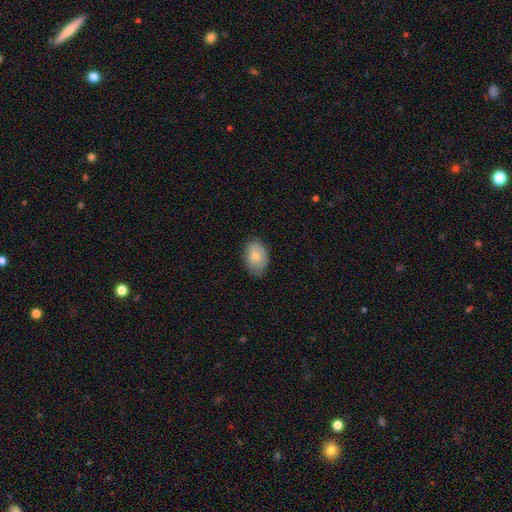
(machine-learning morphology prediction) Smooth or featured: smooth — 79% (featured or disk — 14%)
How rounded: in between — 85% (round — 14%)
Merging: none — 77% (minor disturbance — 18%)